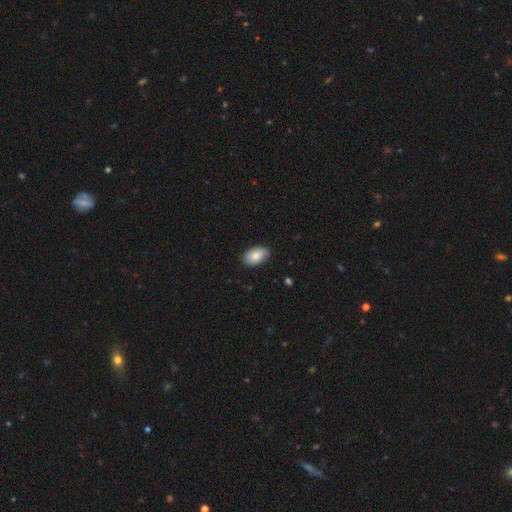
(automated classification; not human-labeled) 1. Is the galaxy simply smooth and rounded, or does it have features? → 85% smooth, 9% featured or disk, 7% star or artifact.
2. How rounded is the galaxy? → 92% in between, 7% round, 1% cigar-shaped.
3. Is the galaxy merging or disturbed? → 83% none, 14% minor disturbance, 2% major disturbance, 1% merger.